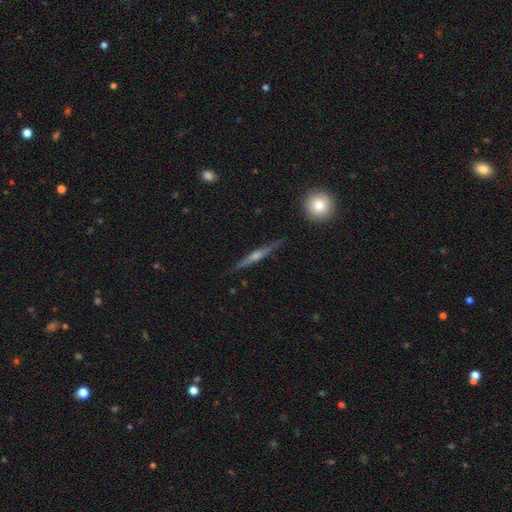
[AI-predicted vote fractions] Overall: featured or disk (75%). Edge-on disk: yes (97%). Edge-on bulge: rounded (76%). Merging: none (87%).